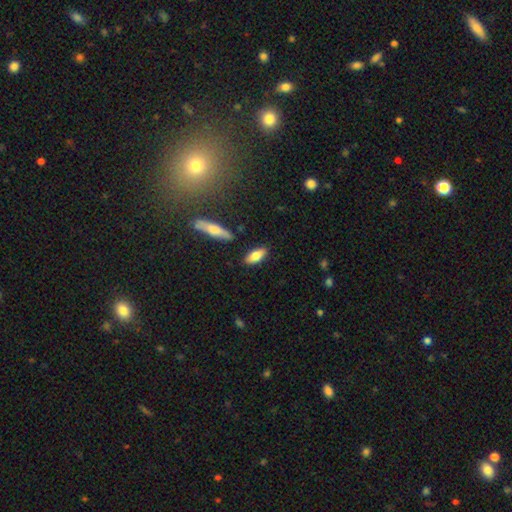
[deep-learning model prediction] smooth 78%, featured or disk 16%, star or artifact 6%. Down the decision tree: how rounded — in between (75%); merging — none (86%).